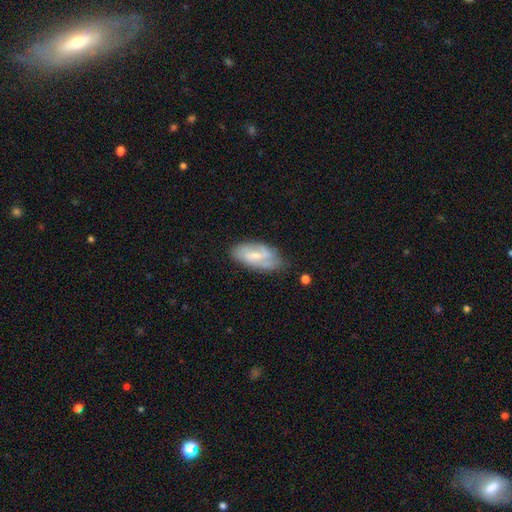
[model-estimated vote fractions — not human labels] smooth-or-featured: featured or disk: 55% | smooth: 38% | star or artifact: 7%
  disk-edge-on: no: 92% | yes: 8%
    bar: weak: 50% | no: 30% | strong: 20%
    has-spiral-arms: yes: 75% | no: 25%
    bulge-size: small: 54% | moderate: 37% | none: 6% | large: 2% | dominant: 1%
  merging: none: 64% | minor disturbance: 27% | major disturbance: 7% | merger: 3%